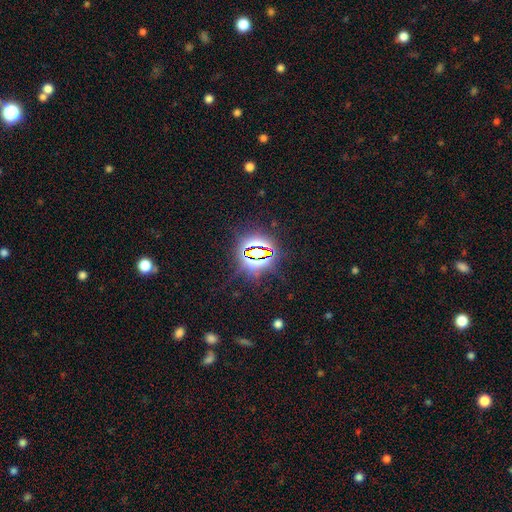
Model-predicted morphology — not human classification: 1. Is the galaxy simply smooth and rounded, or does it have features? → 81% star or artifact, 12% smooth, 8% featured or disk.